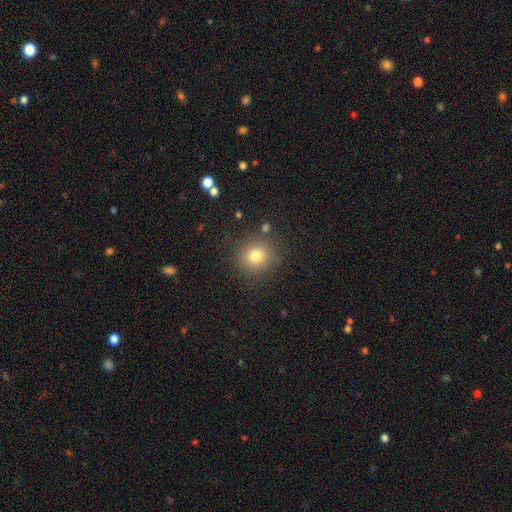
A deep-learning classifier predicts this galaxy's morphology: smooth_or_featured: smooth (p=0.77) [alt: star or artifact p=0.14]
how_rounded: round (p=0.90) [alt: in between p=0.09]
merging: none (p=0.85) [alt: minor disturbance p=0.09]